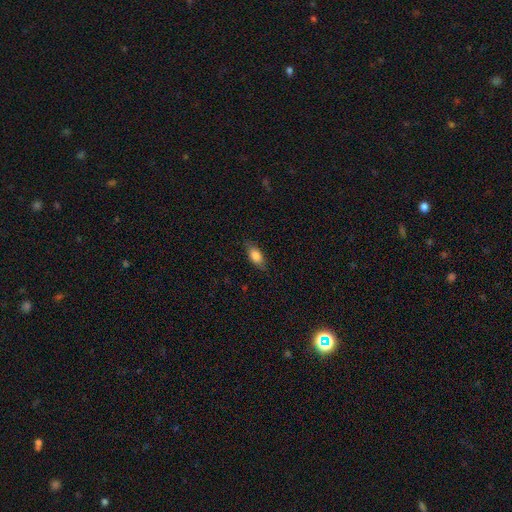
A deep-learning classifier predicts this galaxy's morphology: Overall: smooth (78%). How rounded: in between (80%). Merging: none (81%).